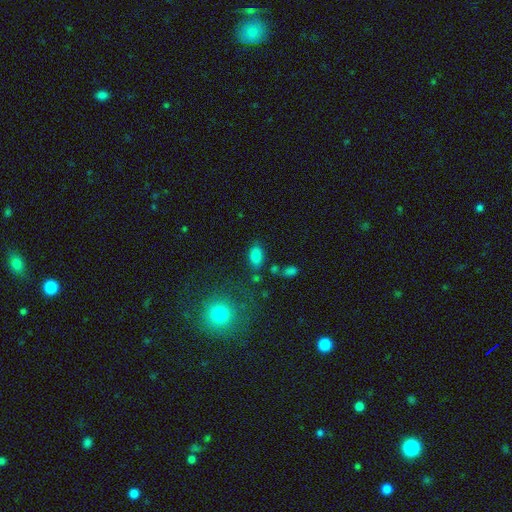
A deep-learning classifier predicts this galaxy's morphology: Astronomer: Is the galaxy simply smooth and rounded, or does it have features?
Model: smooth — 83%.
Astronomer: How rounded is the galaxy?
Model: in between — 91%.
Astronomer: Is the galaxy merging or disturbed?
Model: none — 76%.